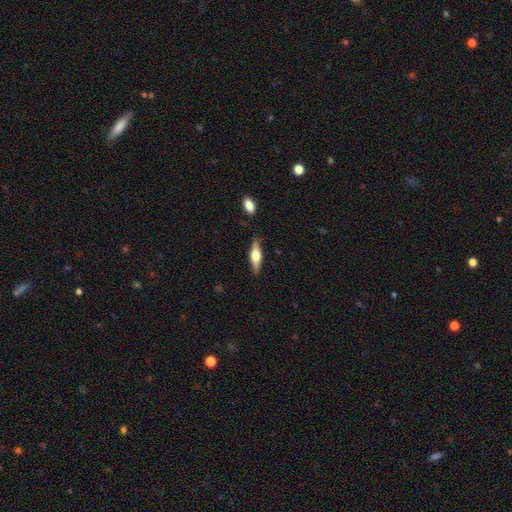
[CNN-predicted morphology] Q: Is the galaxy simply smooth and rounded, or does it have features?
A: featured or disk — 55%.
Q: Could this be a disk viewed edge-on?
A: yes — 95%.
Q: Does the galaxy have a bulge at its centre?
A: rounded — 91%.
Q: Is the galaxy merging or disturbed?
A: none — 84%.